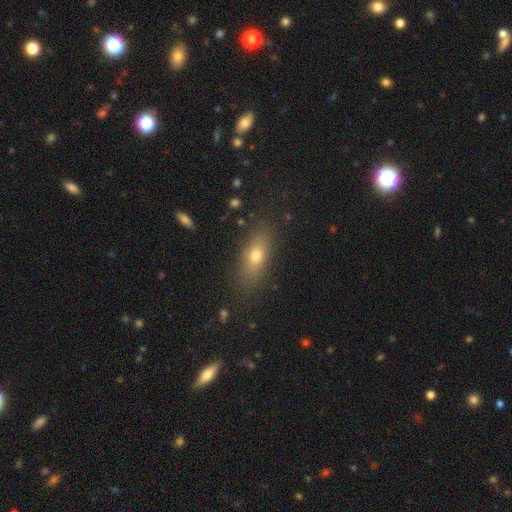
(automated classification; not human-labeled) Smooth or featured? Predicted: smooth (p=0.71). How rounded? Predicted: in between (p=0.66). Merging? Predicted: none (p=0.82).